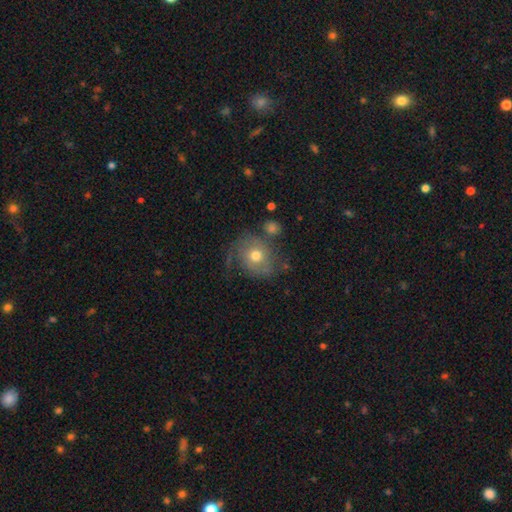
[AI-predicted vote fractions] Smooth or featured? Predicted: smooth (p=0.51). How rounded? Predicted: round (p=0.73). Merging? Predicted: none (p=0.52).